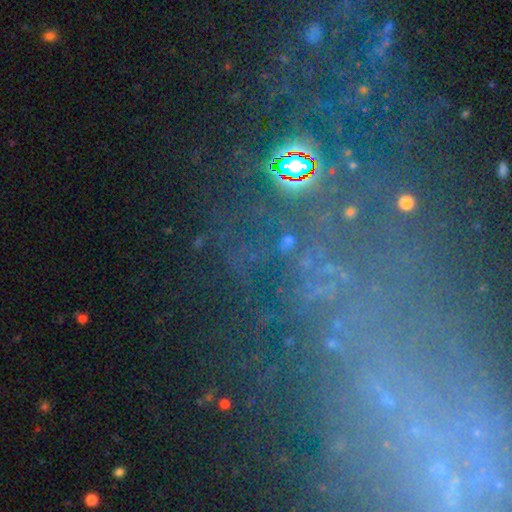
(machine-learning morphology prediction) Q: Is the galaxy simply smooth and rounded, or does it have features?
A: star or artifact — 57%.